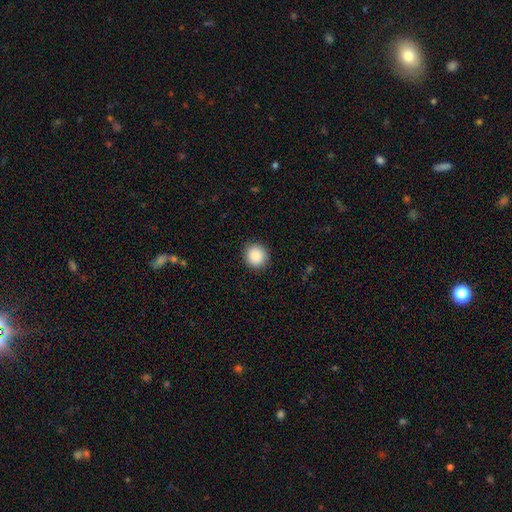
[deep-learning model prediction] smooth 89%, star or artifact 8%, featured or disk 3%. Down the decision tree: how rounded — round (89%); merging — none (91%).